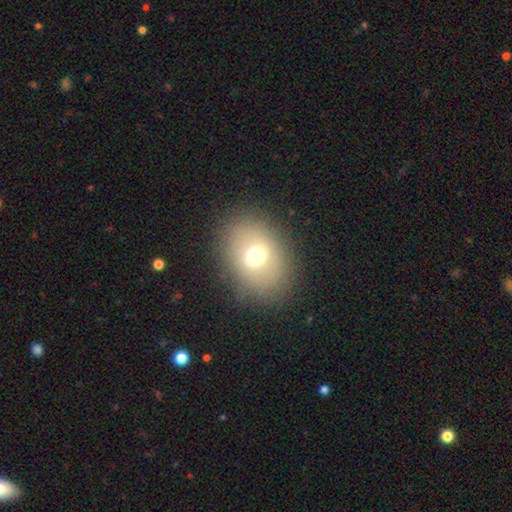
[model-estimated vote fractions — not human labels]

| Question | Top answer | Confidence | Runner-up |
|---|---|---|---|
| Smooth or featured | smooth | 64% | featured or disk (23%) |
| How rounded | in between | 63% | round (36%) |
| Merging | none | 84% | minor disturbance (10%) |